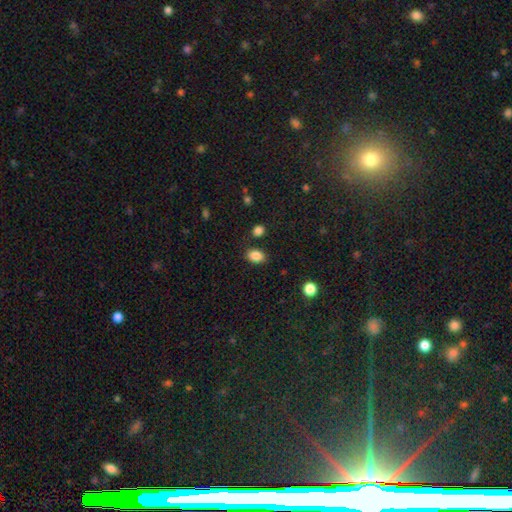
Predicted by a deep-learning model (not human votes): Morphology: type=smooth (87%); roundness=in between (79%); merging=none (83%).